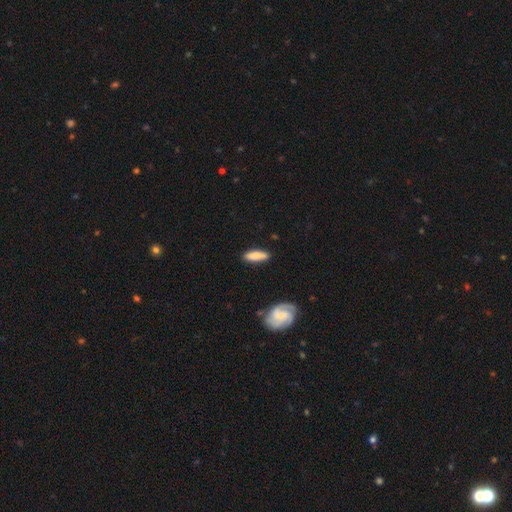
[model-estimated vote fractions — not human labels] smooth 75%, featured or disk 19%, star or artifact 6%. Down the decision tree: how rounded — cigar-shaped (53%); merging — none (83%).